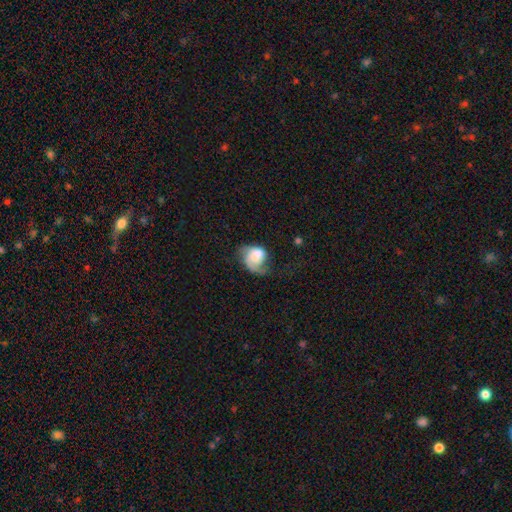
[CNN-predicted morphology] A featured or disk galaxy (51%). Merging: major disturbance (44%).